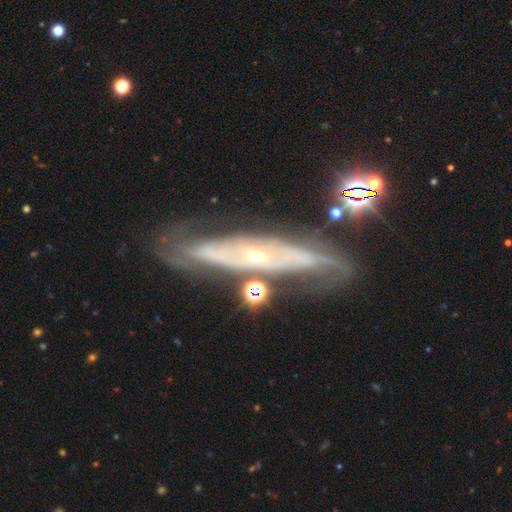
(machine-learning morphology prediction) type=featured or disk (81%); edge-on=no (69%); bar=no (72%); spiral arms=yes (77%); bulge=small (69%); merging=none (69%).